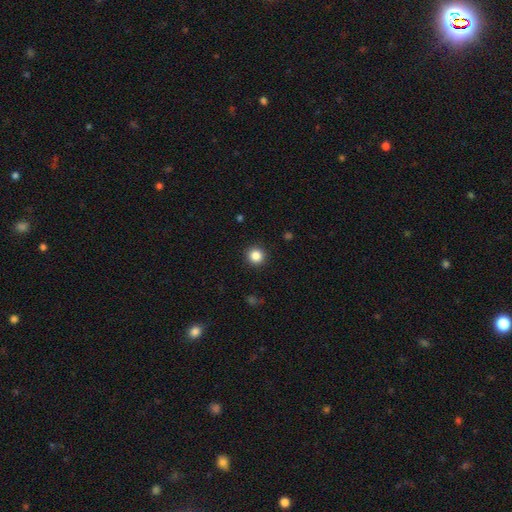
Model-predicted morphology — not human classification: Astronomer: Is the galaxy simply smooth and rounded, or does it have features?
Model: smooth — 85%.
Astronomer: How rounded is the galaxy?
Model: round — 95%.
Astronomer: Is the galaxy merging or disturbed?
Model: none — 92%.